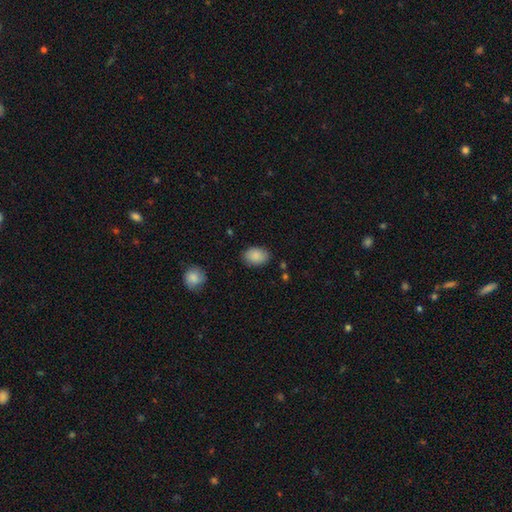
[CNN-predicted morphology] Q: Smooth or featured?
A: smooth (89%); runner-up: star or artifact (7%)
Q: How rounded?
A: in between (82%); runner-up: round (17%)
Q: Merging?
A: none (83%); runner-up: minor disturbance (13%)